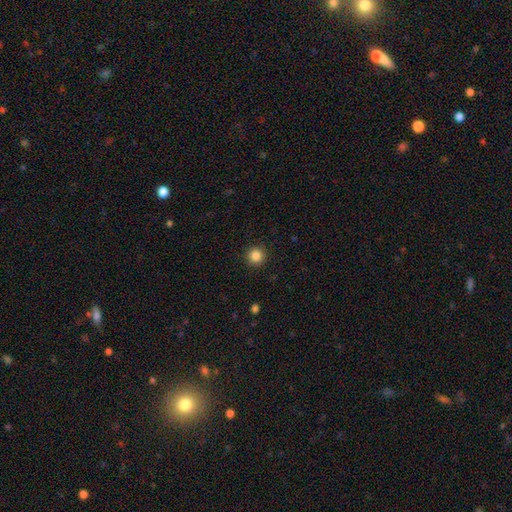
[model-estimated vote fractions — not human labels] The model was most divided on "smooth or featured": smooth: 86%, star or artifact: 11%, featured or disk: 4%. More confident: how rounded — round (95%); merging — none (93%).